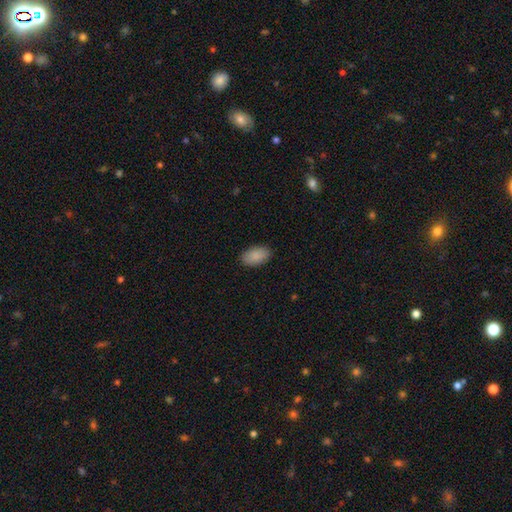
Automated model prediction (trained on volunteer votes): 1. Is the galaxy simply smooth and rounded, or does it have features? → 90% smooth, 6% star or artifact, 4% featured or disk.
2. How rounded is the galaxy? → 94% in between, 5% round, 2% cigar-shaped.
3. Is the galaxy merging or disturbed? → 89% none, 9% minor disturbance, 2% major disturbance, 1% merger.